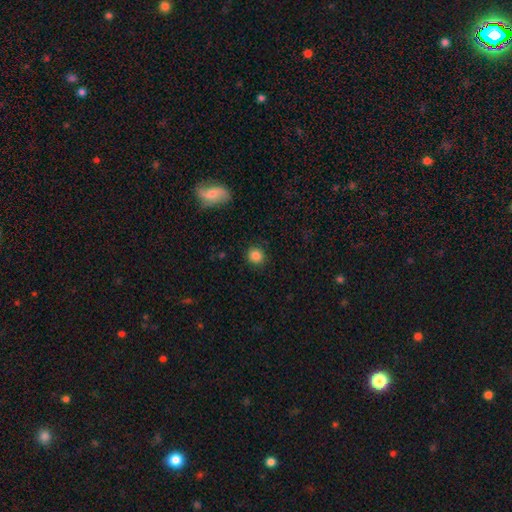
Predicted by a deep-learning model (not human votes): smooth_or_featured: smooth (p=0.86) [alt: star or artifact p=0.10]
how_rounded: round (p=0.89) [alt: in between p=0.10]
merging: none (p=0.89) [alt: minor disturbance p=0.07]